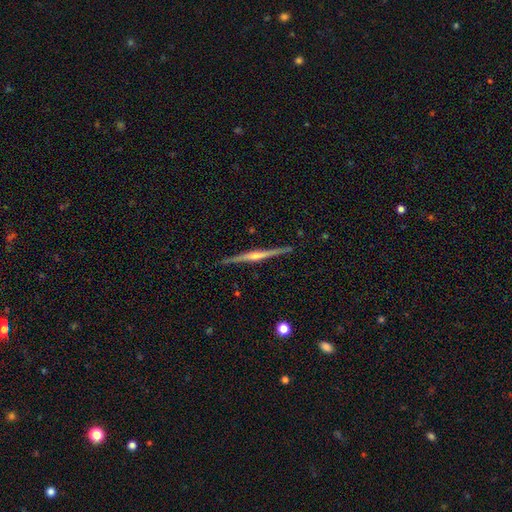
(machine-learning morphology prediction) featured or disk 82%, smooth 12%, star or artifact 5%. Down the decision tree: edge-on disk — yes (99%); edge-on bulge — rounded (78%); merging — none (90%).